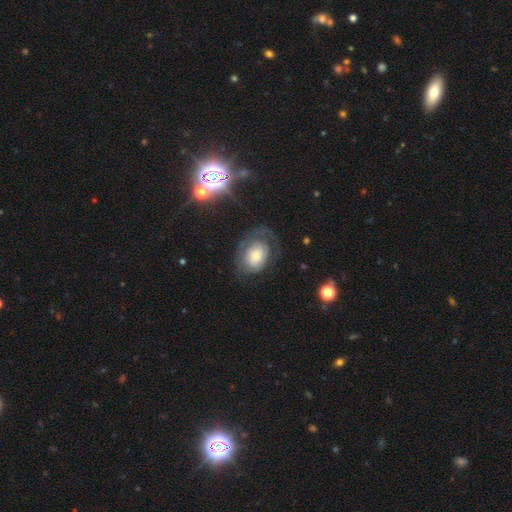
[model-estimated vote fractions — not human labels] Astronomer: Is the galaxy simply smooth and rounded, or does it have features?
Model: smooth — 47% (runner-up: featured or disk, 44%).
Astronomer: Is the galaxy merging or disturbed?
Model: none — 51%.